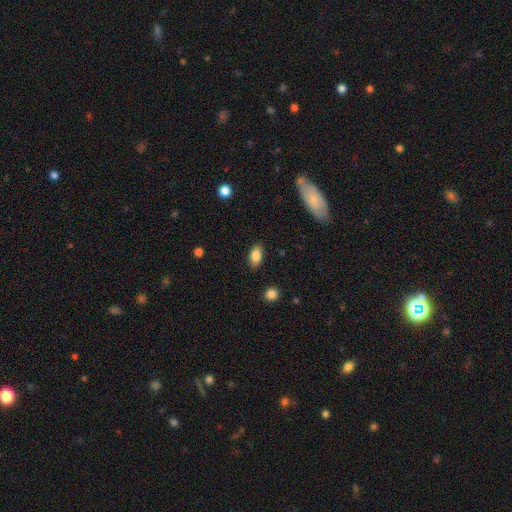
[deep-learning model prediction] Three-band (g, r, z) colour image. It shows a smooth galaxy with no disk features (85%) that is in between round and cigar-shaped (91%). Merging: none (87%).